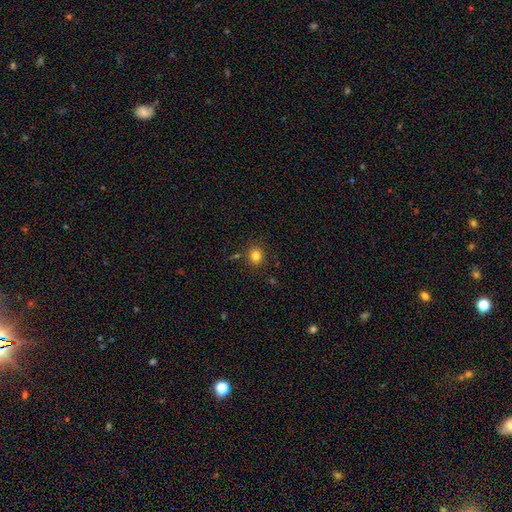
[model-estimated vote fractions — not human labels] Smooth or featured?
  - smooth: 81% *
  - star or artifact: 13%
  - featured or disk: 6%
How rounded?
  - round: 87% *
  - in between: 12%
  - cigar-shaped: 1%
Merging?
  - none: 85% *
  - minor disturbance: 8%
  - merger: 4%
  - major disturbance: 3%